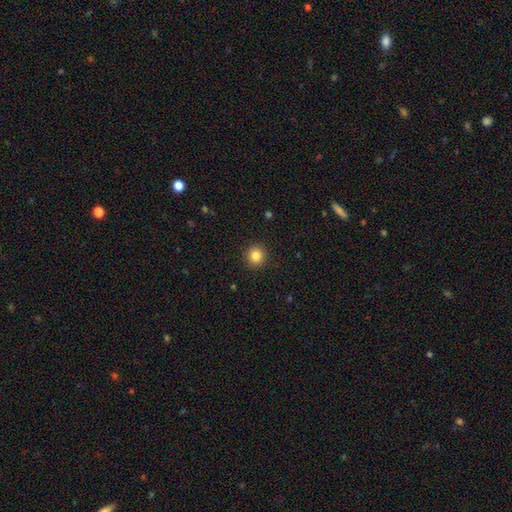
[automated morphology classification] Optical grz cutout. It shows a smooth galaxy with no disk features (84%) that is round (93%). Merging: none (92%).